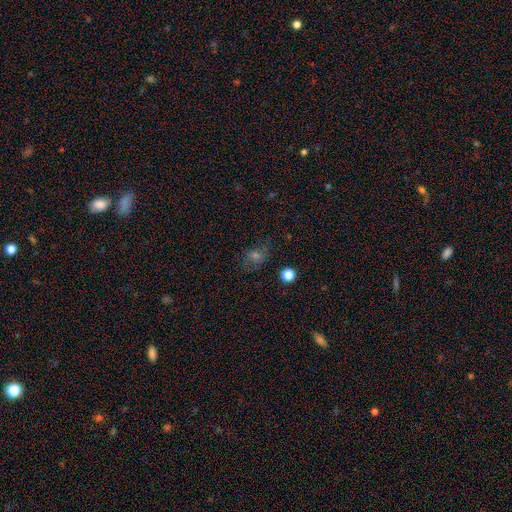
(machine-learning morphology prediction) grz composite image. It shows a smooth galaxy with no disk features (46%). Merging: none (68%).